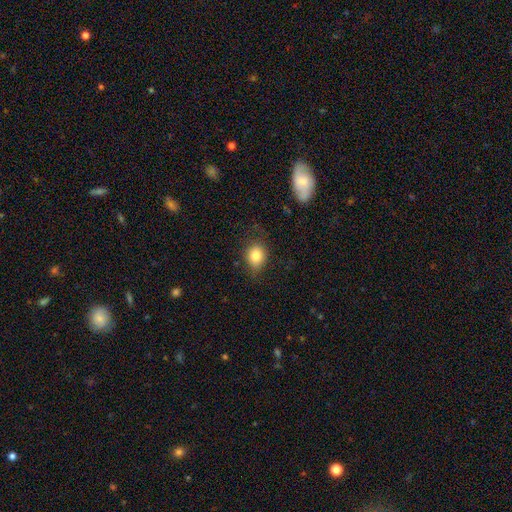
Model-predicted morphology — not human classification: Overall: smooth (79%). How rounded: round (56%; in between 43%). Merging: none (68%).